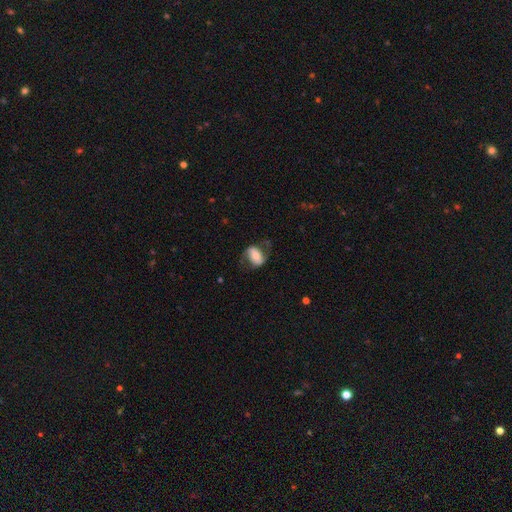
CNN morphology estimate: This is possibly a smooth galaxy (47%). Merging: possibly none (56%).